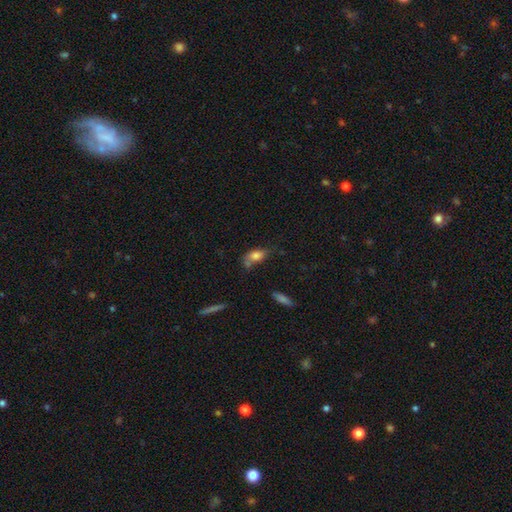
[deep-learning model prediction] This appears to be a smooth galaxy with no disk features (78%) that is in between round and cigar-shaped (83%). Merging: none (43%).